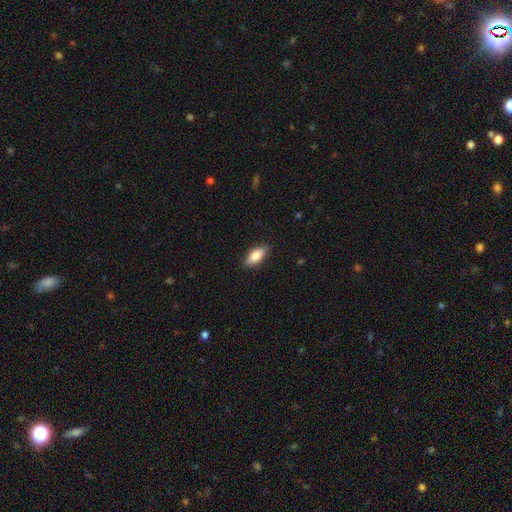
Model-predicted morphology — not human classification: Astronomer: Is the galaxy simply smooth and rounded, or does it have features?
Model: smooth — 79%.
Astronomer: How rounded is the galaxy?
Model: in between — 79%.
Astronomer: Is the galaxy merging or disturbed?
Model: none — 87%.